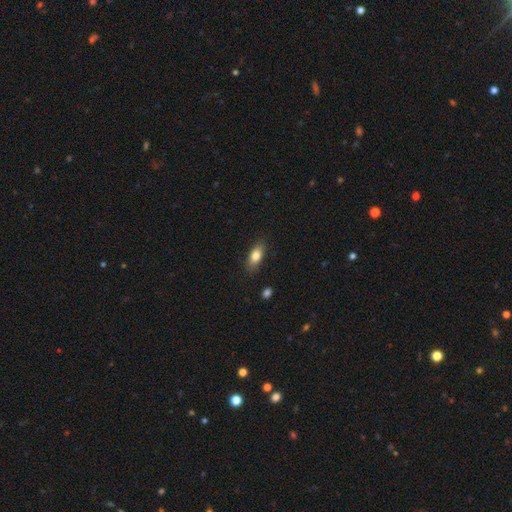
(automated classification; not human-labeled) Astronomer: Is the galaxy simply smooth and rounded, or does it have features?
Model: smooth — 80%.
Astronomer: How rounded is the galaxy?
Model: in between — 82%.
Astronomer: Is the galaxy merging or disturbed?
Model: none — 85%.